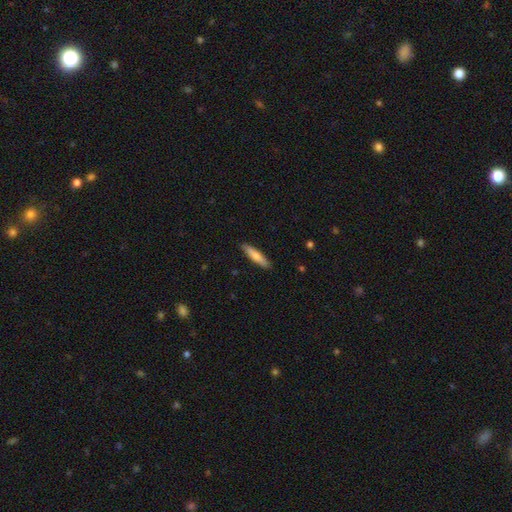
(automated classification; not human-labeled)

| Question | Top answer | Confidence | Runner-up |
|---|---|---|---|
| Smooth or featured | smooth | 72% | featured or disk (22%) |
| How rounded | cigar-shaped | 85% | in between (14%) |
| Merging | none | 90% | minor disturbance (8%) |